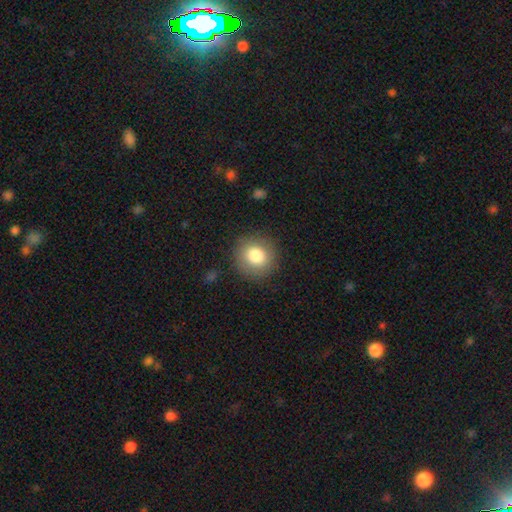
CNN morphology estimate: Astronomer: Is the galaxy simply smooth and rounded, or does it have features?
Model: smooth — 80%.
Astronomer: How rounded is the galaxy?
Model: round — 92%.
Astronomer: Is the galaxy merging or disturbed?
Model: none — 88%.